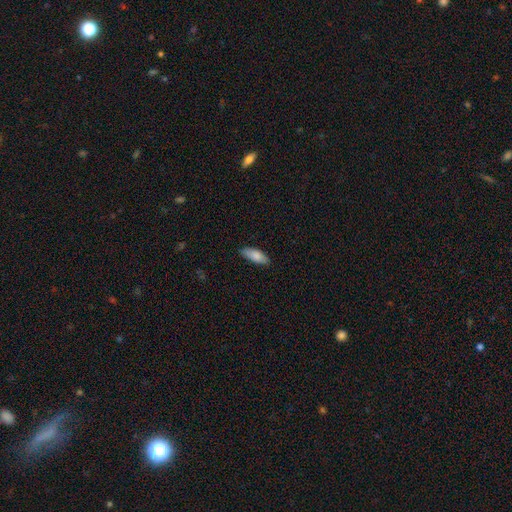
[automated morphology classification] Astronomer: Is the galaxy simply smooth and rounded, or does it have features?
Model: smooth — 85%.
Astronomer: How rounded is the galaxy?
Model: in between — 73%.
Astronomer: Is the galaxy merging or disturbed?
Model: none — 82%.